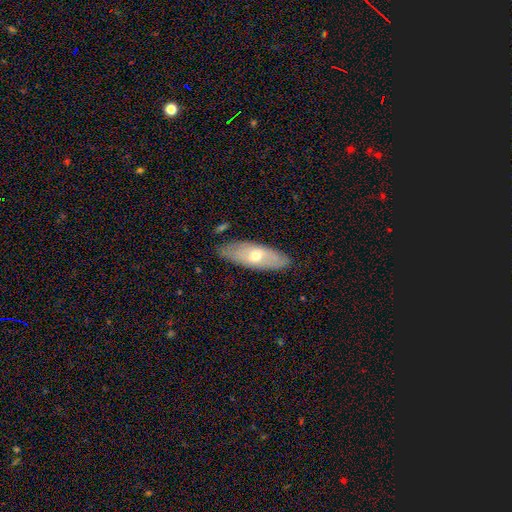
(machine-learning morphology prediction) type=smooth (52%); roundness=in between (70%); merging=none (82%).